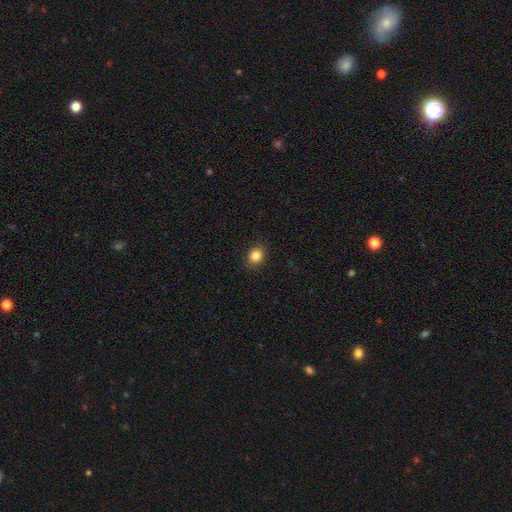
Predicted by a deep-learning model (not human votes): Smooth or featured?
  - smooth: 84% *
  - star or artifact: 11%
  - featured or disk: 5%
How rounded?
  - round: 65% *
  - in between: 34%
  - cigar-shaped: 1%
Merging?
  - none: 89% *
  - minor disturbance: 8%
  - major disturbance: 2%
  - merger: 1%